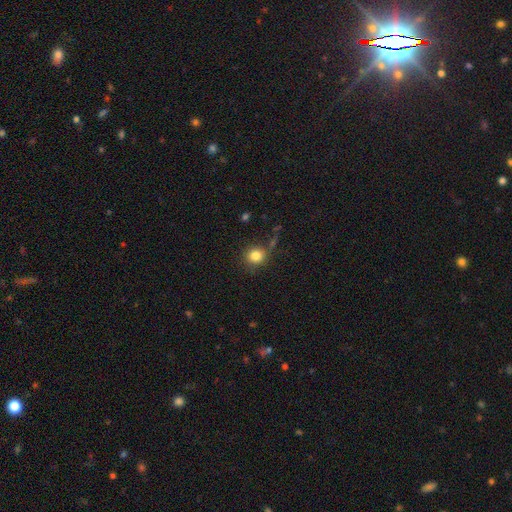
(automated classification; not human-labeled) smooth_or_featured: smooth (p=0.83) [alt: star or artifact p=0.11]
how_rounded: round (p=0.88) [alt: in between p=0.11]
merging: none (p=0.78) [alt: minor disturbance p=0.13]